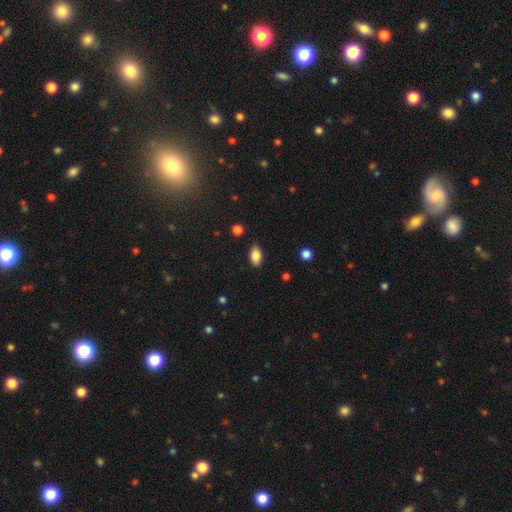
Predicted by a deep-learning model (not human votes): Smooth or featured?
  - smooth: 85% *
  - star or artifact: 8%
  - featured or disk: 8%
How rounded?
  - in between: 91% *
  - round: 6%
  - cigar-shaped: 3%
Merging?
  - none: 86% *
  - minor disturbance: 11%
  - major disturbance: 2%
  - merger: 1%